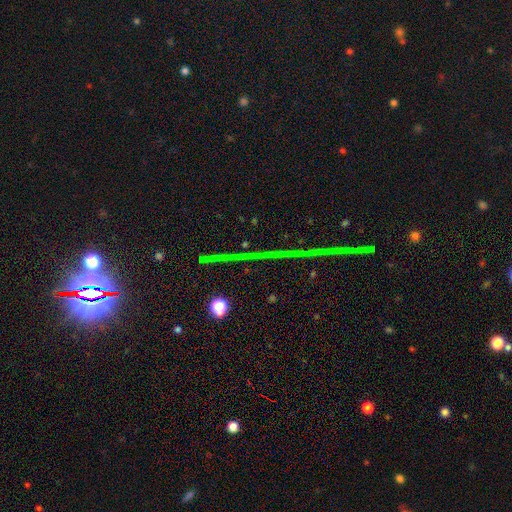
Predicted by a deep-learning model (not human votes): Smooth or featured?
  - star or artifact: 81% *
  - featured or disk: 11%
  - smooth: 8%